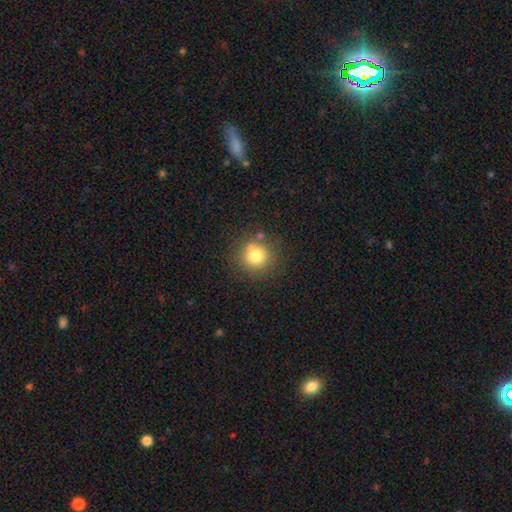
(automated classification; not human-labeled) This is likely a smooth galaxy (78%). How rounded: clearly round (91%). Merging: likely none (77%).